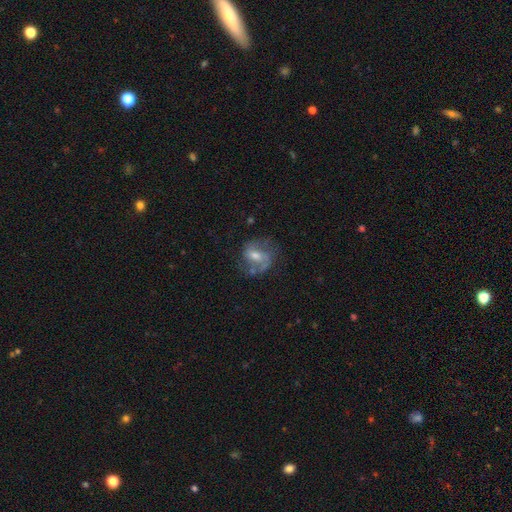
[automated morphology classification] This appears to be a featured or disk galaxy (68%) with a weak bar (48%), 2 (74%) medium (48%) spiral arms (84%) and a moderate central bulge (59%). Merging: none (59%).